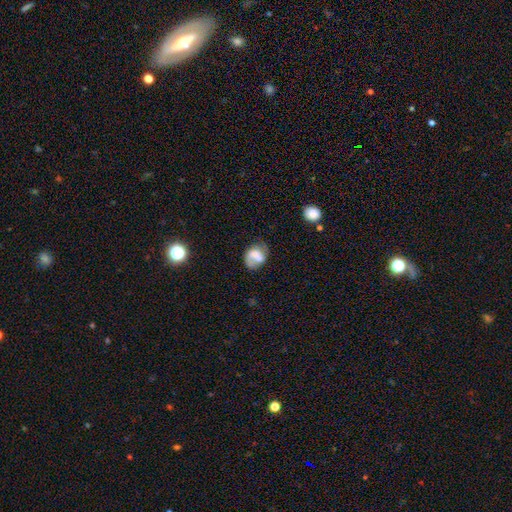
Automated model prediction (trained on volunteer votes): smooth 53%, featured or disk 36%, star or artifact 10%. Down the decision tree: how rounded — in between (62%); merging — none (41%).